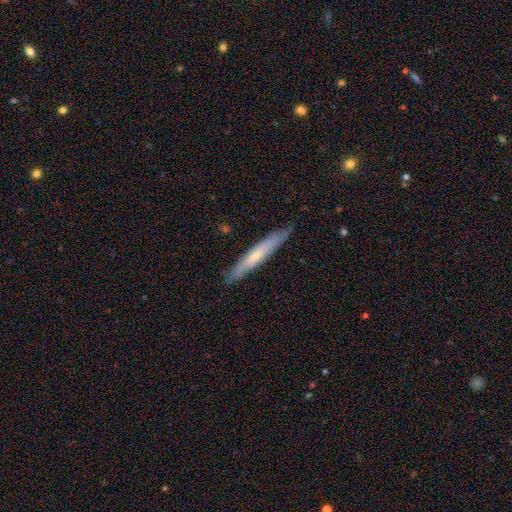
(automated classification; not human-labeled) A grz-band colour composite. It shows a featured or disk galaxy (49%). Merging: none (86%).